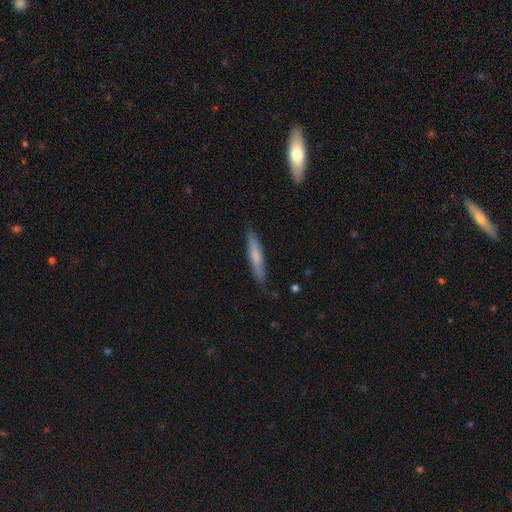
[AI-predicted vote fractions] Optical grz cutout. It shows a smooth galaxy with no disk features (64%) that is cigar-shaped (90%). Merging: none (81%).